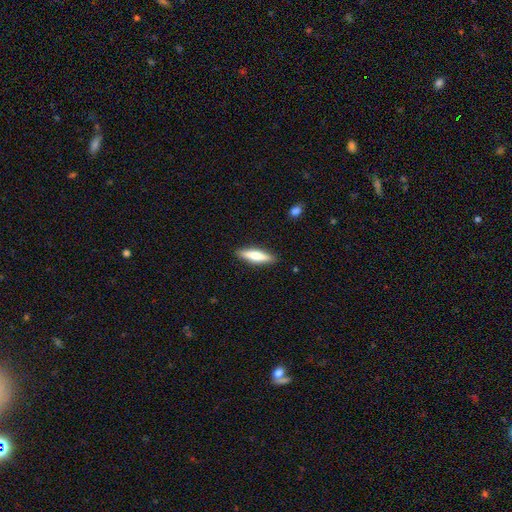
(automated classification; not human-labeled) smooth_or_featured: smooth (p=0.60) [alt: featured or disk p=0.35]
how_rounded: cigar-shaped (p=0.71) [alt: in between p=0.27]
merging: none (p=0.89) [alt: minor disturbance p=0.08]